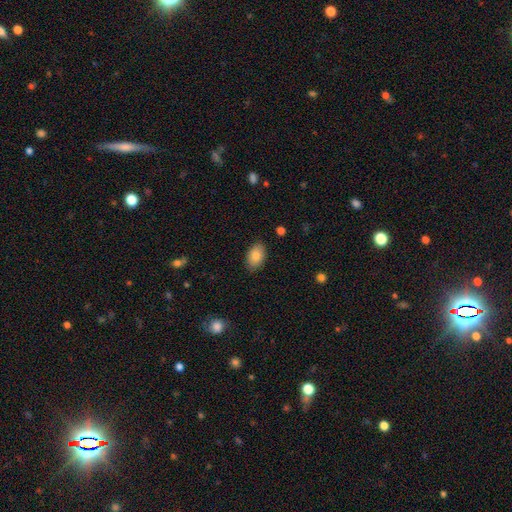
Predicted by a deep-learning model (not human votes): The model was most divided on "merging": none: 86%, minor disturbance: 10%, major disturbance: 2%, merger: 1%. More confident: how rounded — in between (90%); smooth or featured — smooth (85%).